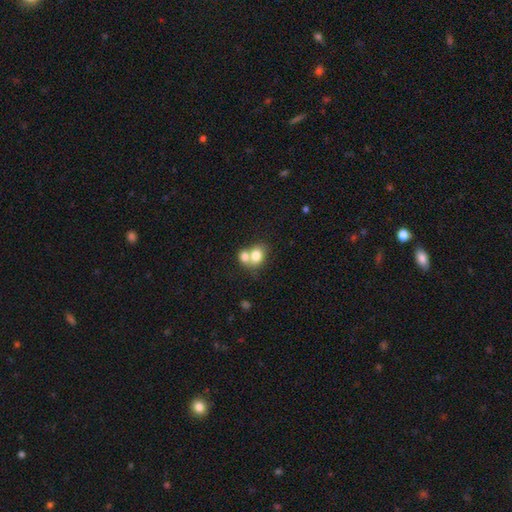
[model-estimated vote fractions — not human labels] Smooth or featured? smooth (76%)
How rounded? in between (55%)
Merging? merger (64%)